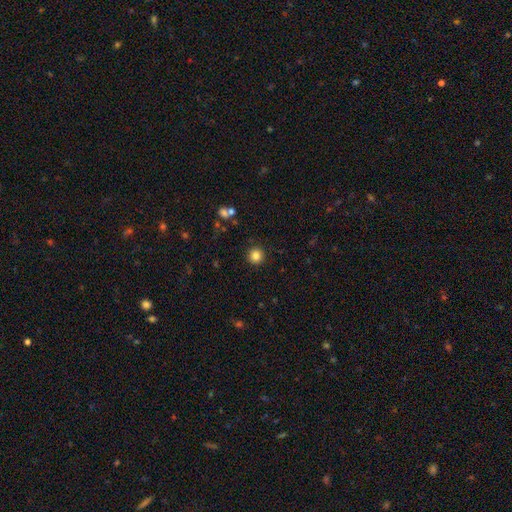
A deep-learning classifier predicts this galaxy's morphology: A smooth galaxy with no disk features (84%) that is round (95%).

Vote fractions:
- Smooth or featured? smooth: 84% / star or artifact: 12% / featured or disk: 5%
- How rounded? round: 95% / in between: 4% / cigar-shaped: 1%
- Merging? none: 92% / minor disturbance: 5% / major disturbance: 2% / merger: 1%